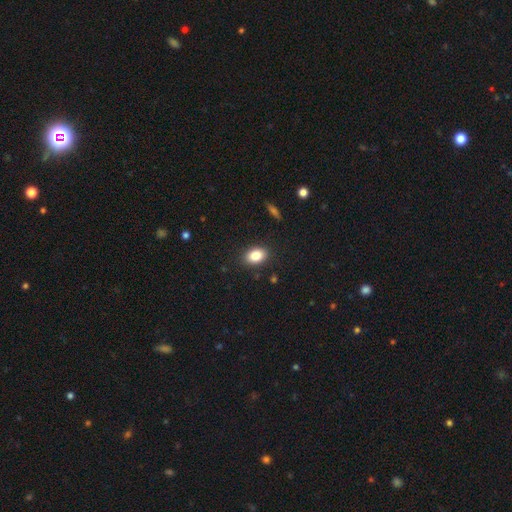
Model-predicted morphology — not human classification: A smooth galaxy with no disk features (85%) that is in between round and cigar-shaped (83%). Merging: none (87%).